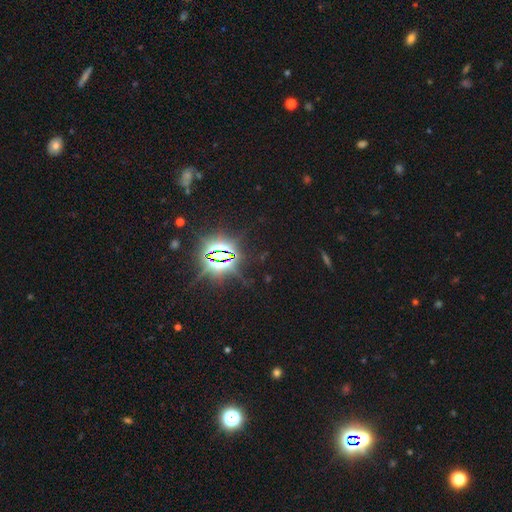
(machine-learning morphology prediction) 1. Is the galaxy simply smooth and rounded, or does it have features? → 83% star or artifact, 10% smooth, 7% featured or disk.